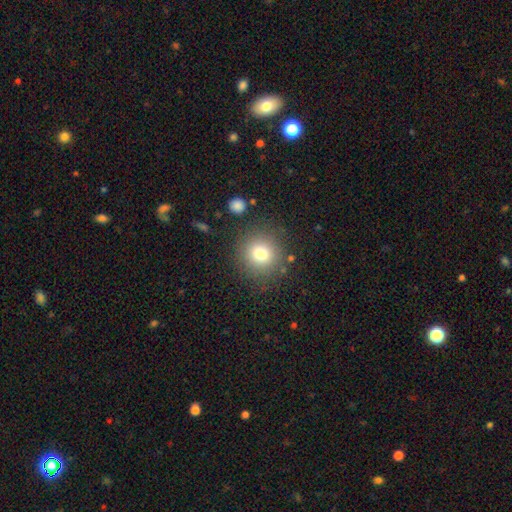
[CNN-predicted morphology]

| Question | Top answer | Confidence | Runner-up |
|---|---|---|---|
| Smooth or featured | smooth | 78% | star or artifact (13%) |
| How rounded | round | 92% | in between (7%) |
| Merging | none | 87% | minor disturbance (8%) |